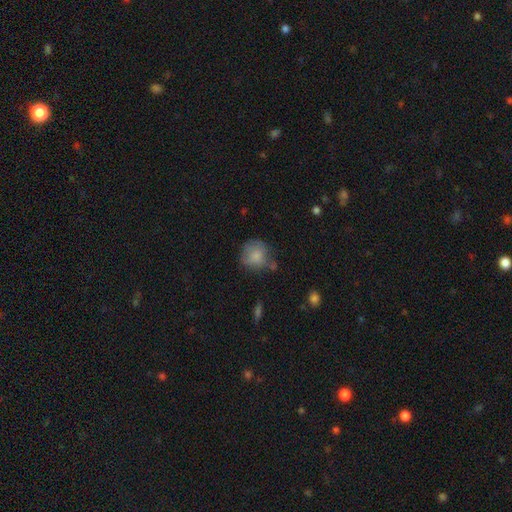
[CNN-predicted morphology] A smooth galaxy with no disk features (77%) that is round (81%). Merging: none (51%).